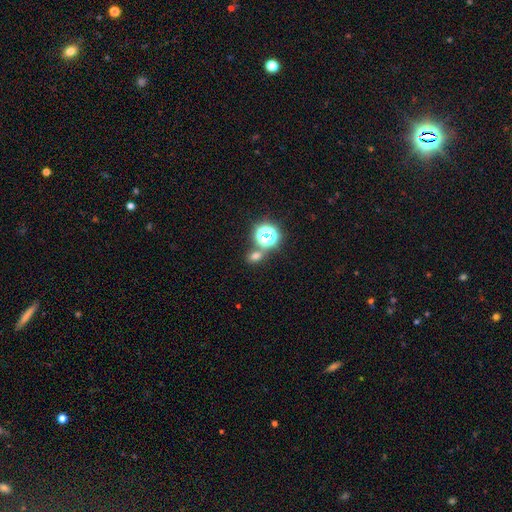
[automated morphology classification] smooth 63%, star or artifact 30%, featured or disk 7%. Down the decision tree: how rounded — in between (53%); merging — none (66%).